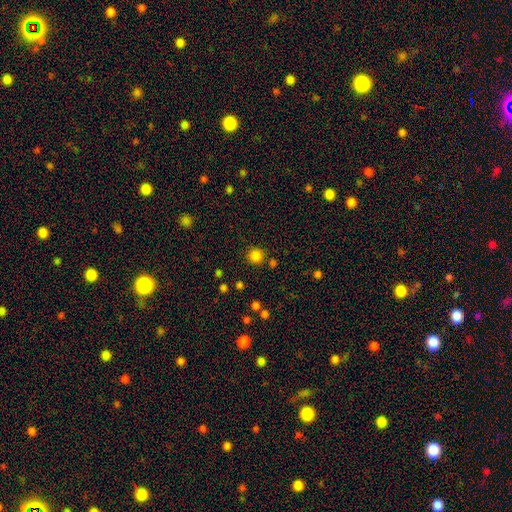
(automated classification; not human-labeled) Smooth or featured? Predicted: smooth (p=0.83). How rounded? Predicted: round (p=0.93). Merging? Predicted: none (p=0.85).